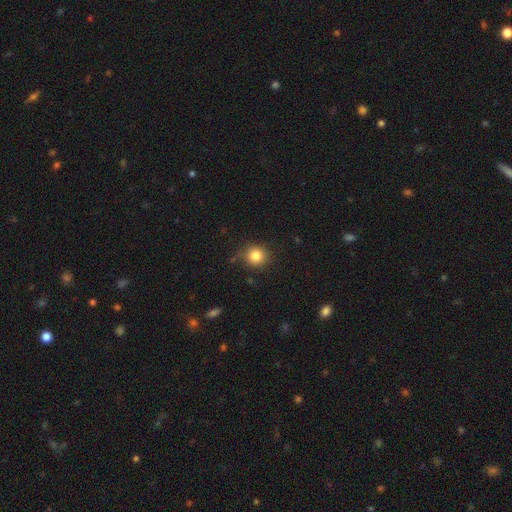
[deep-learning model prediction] Overall: smooth (83%). How rounded: round (90%). Merging: none (83%).